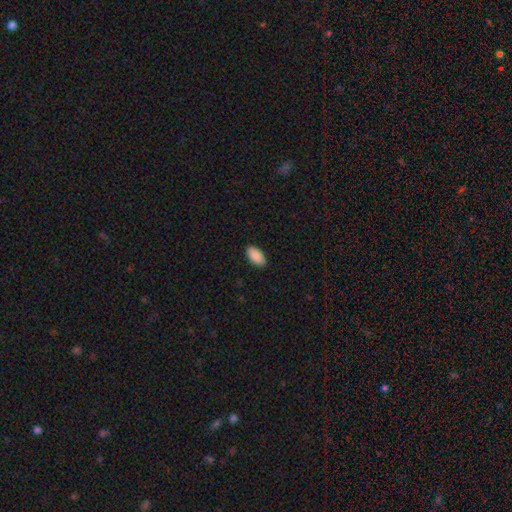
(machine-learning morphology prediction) A smooth galaxy with no disk features (91%) that is in between round and cigar-shaped (95%).

Vote fractions:
- Smooth or featured? smooth: 91% / star or artifact: 6% / featured or disk: 3%
- How rounded? in between: 95% / cigar-shaped: 3% / round: 2%
- Merging? none: 90% / minor disturbance: 7% / major disturbance: 2% / merger: 1%